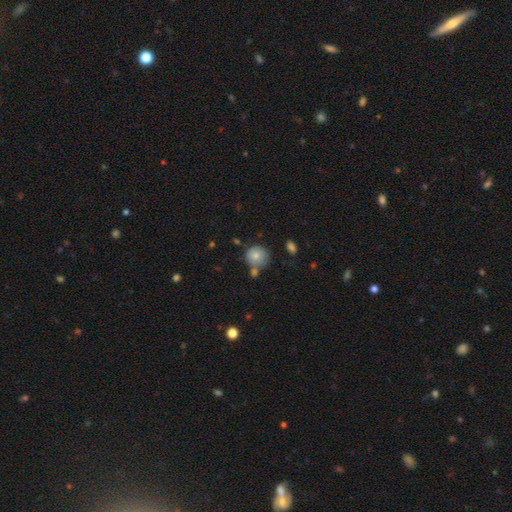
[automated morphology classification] This is likely a smooth galaxy (79%). How rounded: clearly round (89%). Merging: likely none (62%).